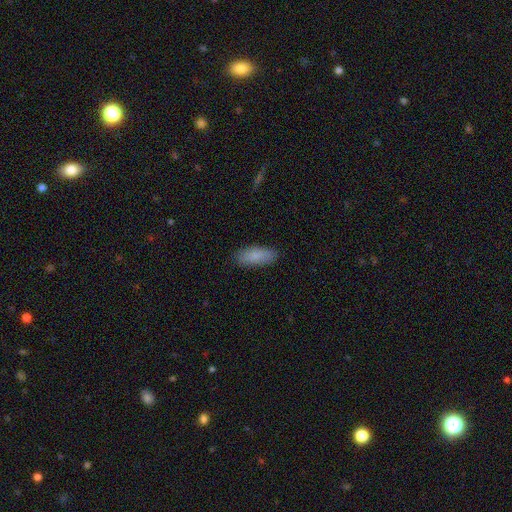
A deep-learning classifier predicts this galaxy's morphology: A smooth galaxy with no disk features (85%) that is in between round and cigar-shaped (77%). Merging: none (87%).